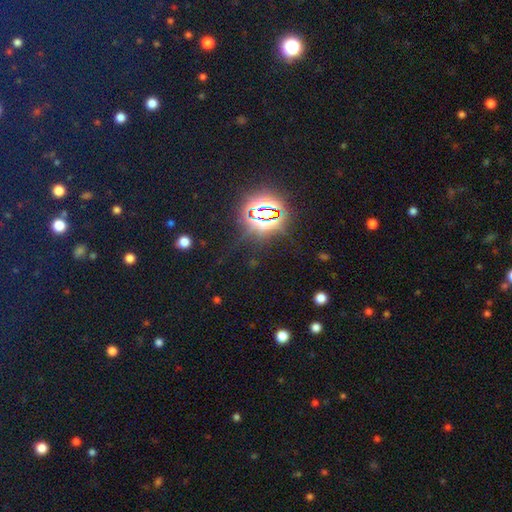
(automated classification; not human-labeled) star or artifact 80%, smooth 13%, featured or disk 7%.